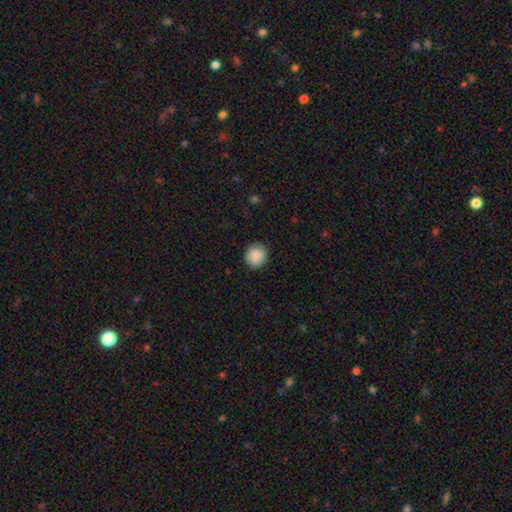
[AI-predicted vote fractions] Smooth or featured?
  - smooth: 89% *
  - star or artifact: 7%
  - featured or disk: 3%
How rounded?
  - round: 86% *
  - in between: 13%
  - cigar-shaped: 1%
Merging?
  - none: 88% *
  - minor disturbance: 9%
  - major disturbance: 2%
  - merger: 1%